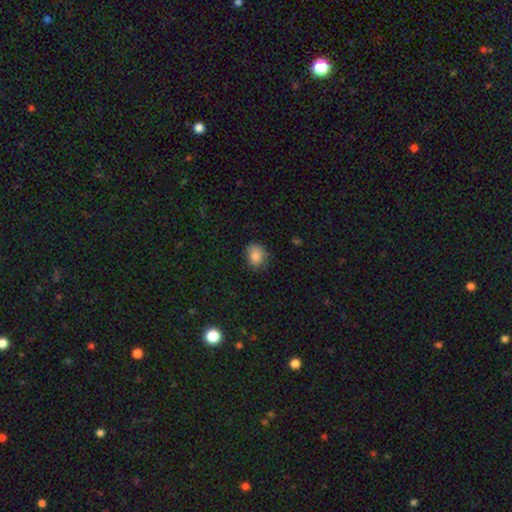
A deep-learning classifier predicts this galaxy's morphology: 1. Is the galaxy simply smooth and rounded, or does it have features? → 87% smooth, 9% star or artifact, 5% featured or disk.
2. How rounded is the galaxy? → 53% round, 46% in between, 1% cigar-shaped.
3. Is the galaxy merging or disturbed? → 71% none, 22% minor disturbance, 5% major disturbance, 1% merger.